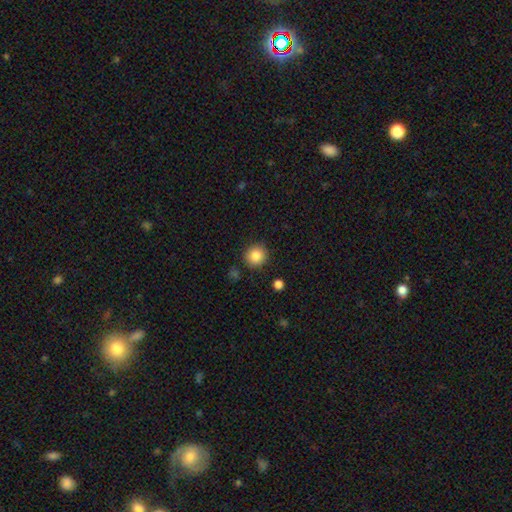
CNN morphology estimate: The model was most divided on "smooth or featured": smooth: 85%, star or artifact: 10%, featured or disk: 5%. More confident: how rounded — round (93%); merging — none (89%).